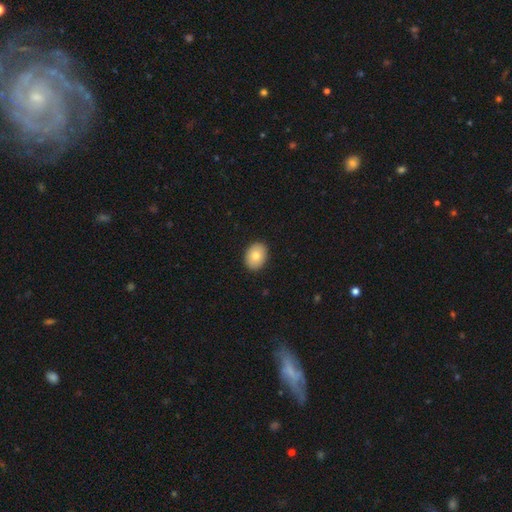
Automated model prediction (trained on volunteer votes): Smooth or featured: smooth — 81% (featured or disk — 12%)
How rounded: in between — 72% (round — 27%)
Merging: none — 91% (minor disturbance — 7%)